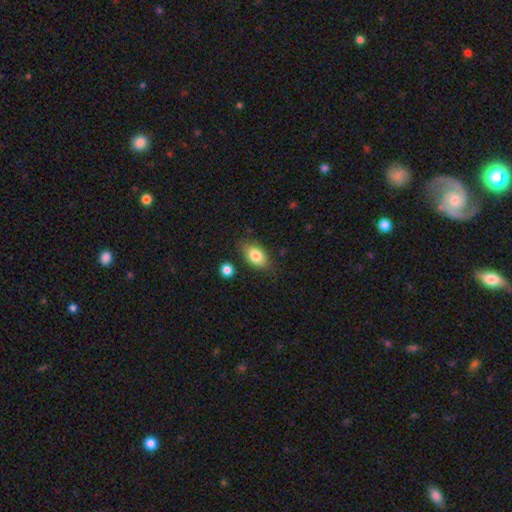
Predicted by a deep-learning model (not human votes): A smooth galaxy with no disk features (82%) that is in between round and cigar-shaped (89%). Merging: none (79%).